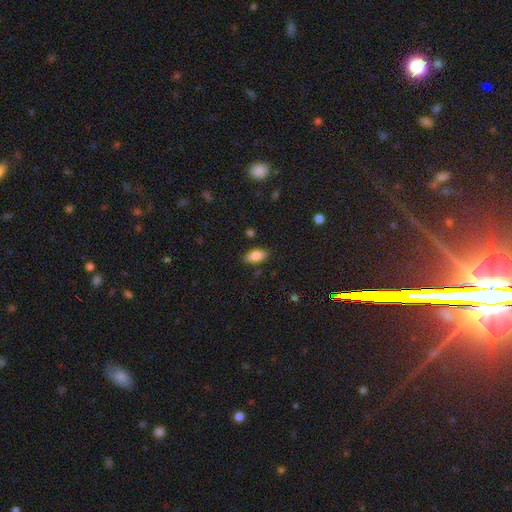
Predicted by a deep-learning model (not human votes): smooth 86%, star or artifact 8%, featured or disk 6%. Down the decision tree: how rounded — in between (91%); merging — none (84%).